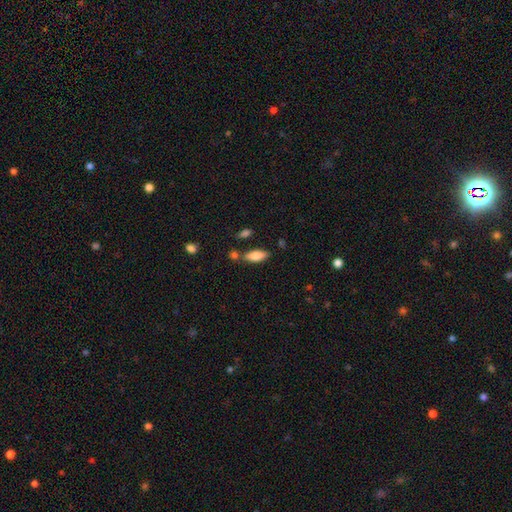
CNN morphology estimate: The model was most divided on "how rounded": in between: 76%, cigar-shaped: 22%, round: 2%. More confident: smooth or featured — smooth (81%); merging — none (73%).